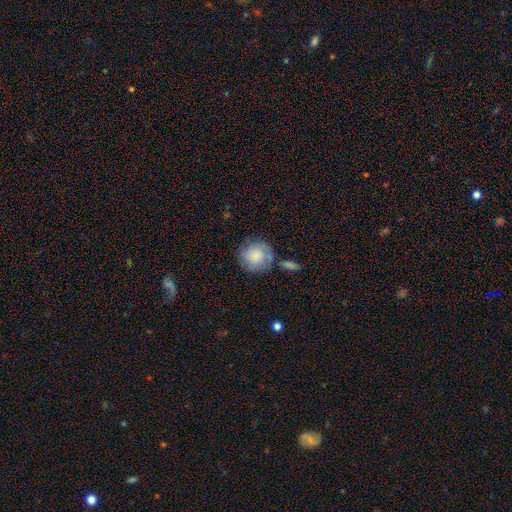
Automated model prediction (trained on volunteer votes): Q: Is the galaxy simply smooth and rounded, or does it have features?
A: smooth — 77%.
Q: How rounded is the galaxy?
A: round — 91%.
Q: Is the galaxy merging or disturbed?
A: none — 66%.